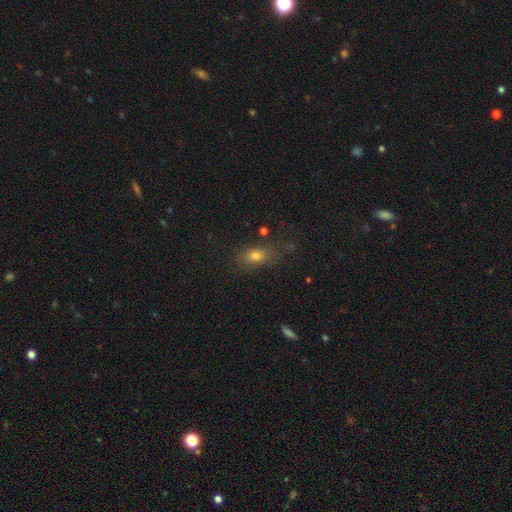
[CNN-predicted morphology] smooth 73%, star or artifact 15%, featured or disk 12%. Down the decision tree: how rounded — in between (71%); merging — none (71%).